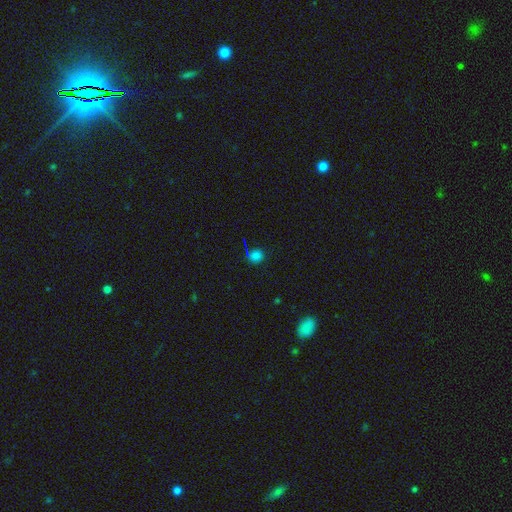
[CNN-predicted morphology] smooth_or_featured: smooth (p=0.71) [alt: star or artifact p=0.24]
how_rounded: round (p=0.83) [alt: in between p=0.16]
merging: none (p=0.77) [alt: minor disturbance p=0.13]